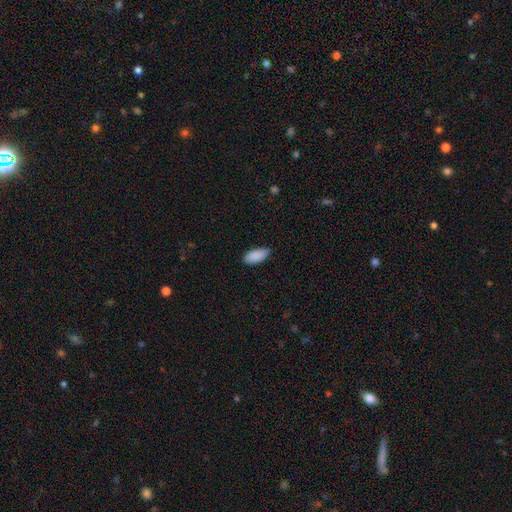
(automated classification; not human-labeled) A smooth galaxy with no disk features (89%) that is in between round and cigar-shaped (90%). Merging: none (75%).